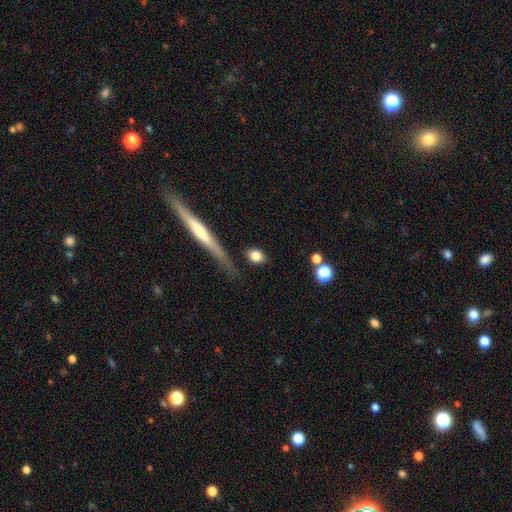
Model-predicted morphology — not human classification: Overall: smooth (80%). How rounded: in between (54%; round 39%). Merging: none (77%).